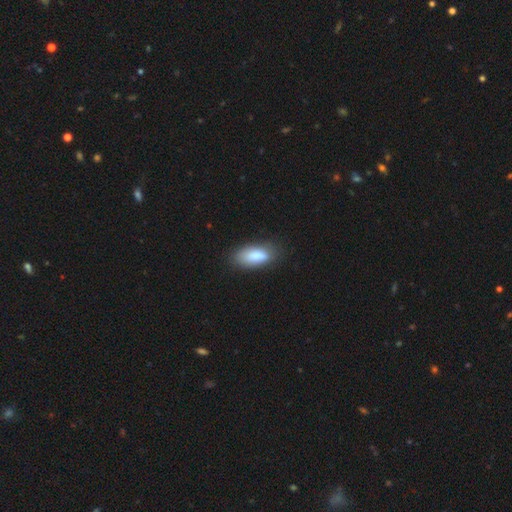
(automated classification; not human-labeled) This appears to be a smooth galaxy with no disk features (85%) that is in between round and cigar-shaped (84%). Merging: none (77%).